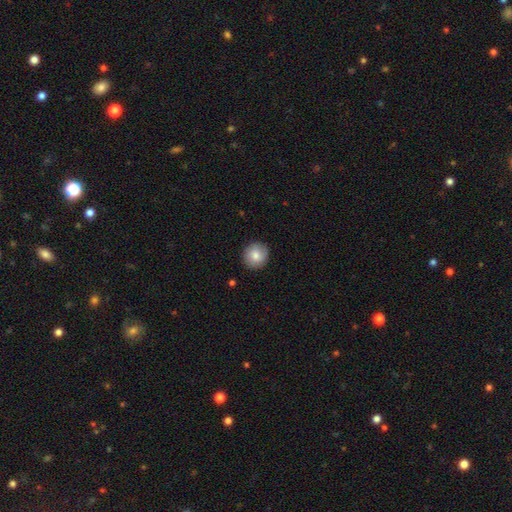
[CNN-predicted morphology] Smooth or featured? smooth (81%)
How rounded? round (90%)
Merging? none (89%)